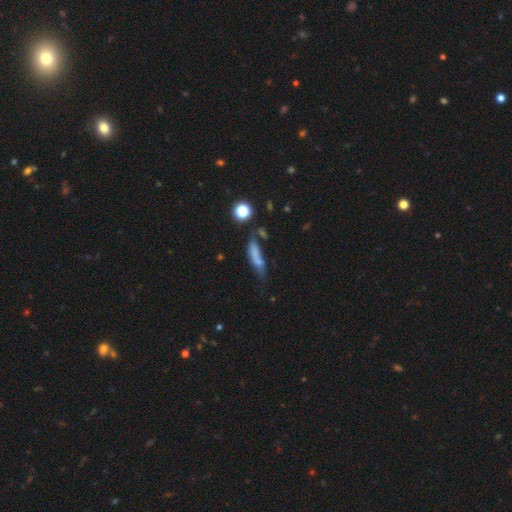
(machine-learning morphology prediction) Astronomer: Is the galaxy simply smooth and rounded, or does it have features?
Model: smooth — 64%.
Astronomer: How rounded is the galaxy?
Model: cigar-shaped — 53% (runner-up: in between, 42%).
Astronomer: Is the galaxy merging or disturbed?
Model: none — 38% (runner-up: minor disturbance, 26%).